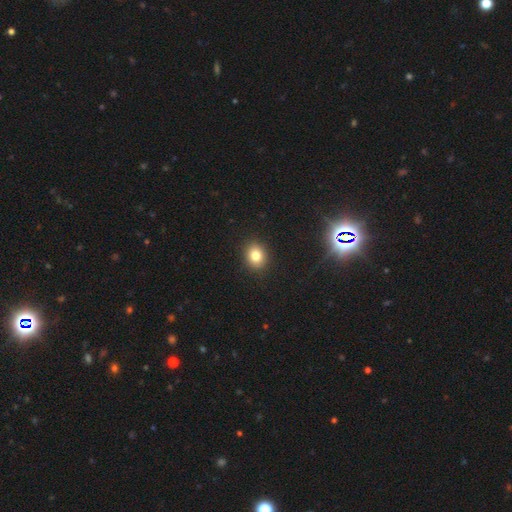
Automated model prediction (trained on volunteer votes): A smooth galaxy with no disk features (80%) that is round (61%).

Vote fractions:
- Smooth or featured? smooth: 80% / star or artifact: 12% / featured or disk: 8%
- How rounded? round: 61% / in between: 38% / cigar-shaped: 1%
- Merging? none: 90% / minor disturbance: 7% / major disturbance: 2% / merger: 1%